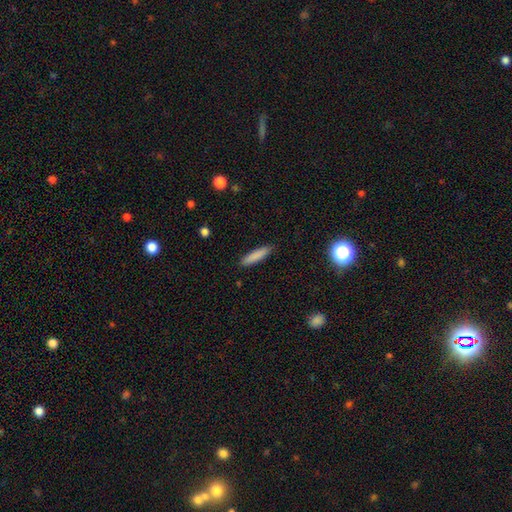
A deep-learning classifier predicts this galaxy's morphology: This is clearly a smooth galaxy (86%). How rounded: clearly cigar-shaped (80%). Merging: clearly none (89%).